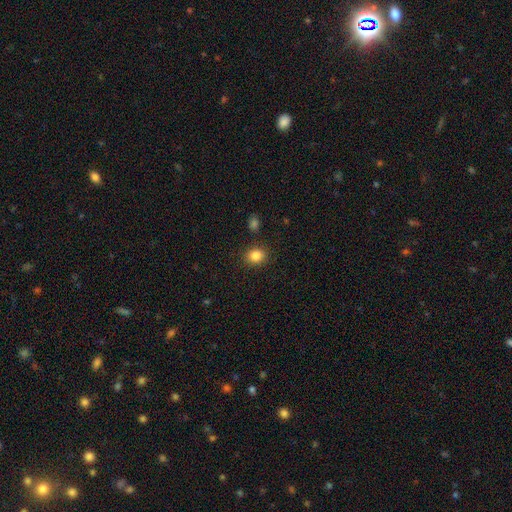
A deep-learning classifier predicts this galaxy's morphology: This appears to be a smooth galaxy with no disk features (85%) that is round (67%). Merging: none (86%).